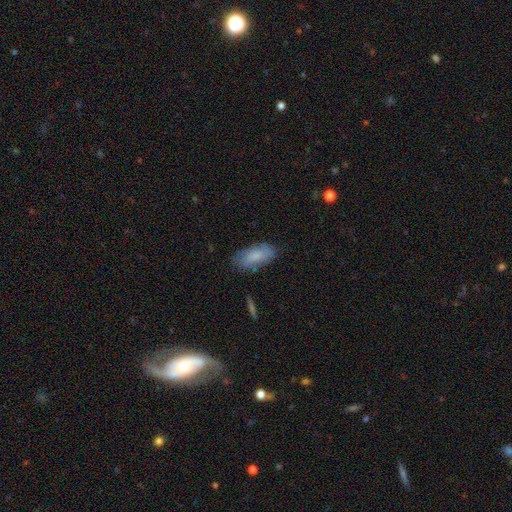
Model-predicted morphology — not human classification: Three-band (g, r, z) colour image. It shows a smooth galaxy with no disk features (76%) that is in between round and cigar-shaped (87%). Merging: none (76%).